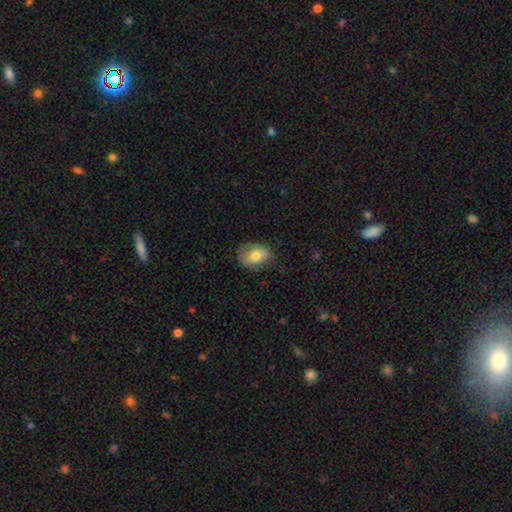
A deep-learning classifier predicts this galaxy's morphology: Smooth or featured: smooth — 72% (featured or disk — 20%)
How rounded: in between — 78% (round — 21%)
Merging: none — 73% (minor disturbance — 21%)